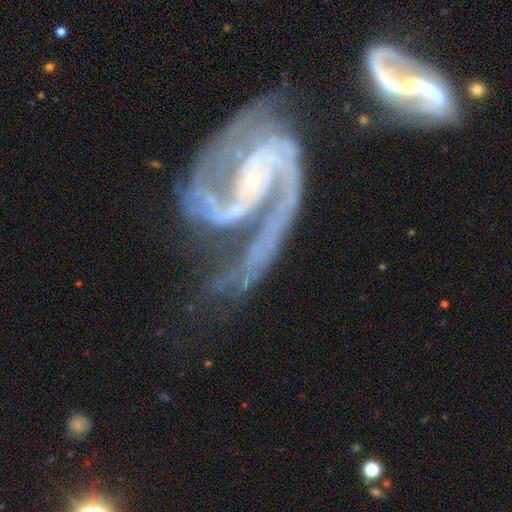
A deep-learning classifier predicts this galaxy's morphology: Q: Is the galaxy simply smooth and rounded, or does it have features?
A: featured or disk — 92%.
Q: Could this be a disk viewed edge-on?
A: no — 98%.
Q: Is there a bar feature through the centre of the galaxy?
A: no — 51%.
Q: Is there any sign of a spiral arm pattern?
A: yes — 97%.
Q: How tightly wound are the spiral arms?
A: medium — 51%.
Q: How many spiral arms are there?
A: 2 — 74%.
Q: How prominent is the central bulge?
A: small — 86%.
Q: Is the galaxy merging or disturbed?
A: major disturbance — 34%, tied with none.